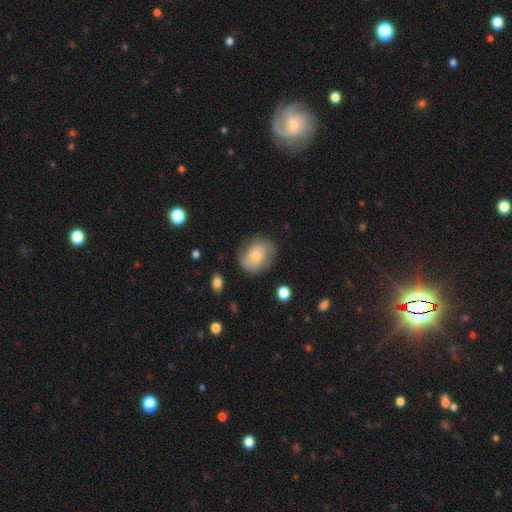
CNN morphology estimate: Q: Smooth or featured?
A: smooth (52%); runner-up: featured or disk (40%)
Q: How rounded?
A: in between (51%); runner-up: round (48%)
Q: Merging?
A: none (72%); runner-up: minor disturbance (19%)